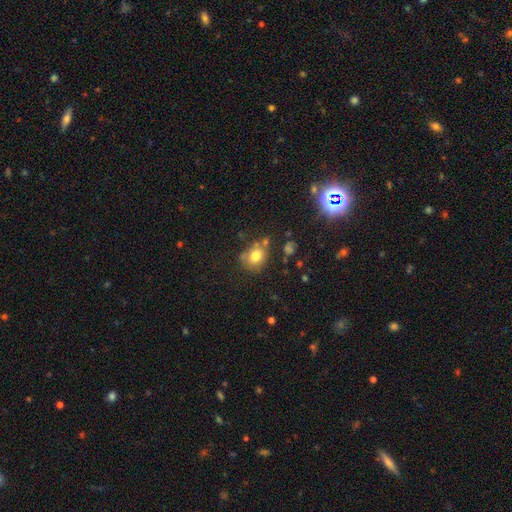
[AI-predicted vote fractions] Morphology: type=smooth (77%); roundness=round (69%); merging=none (62%).